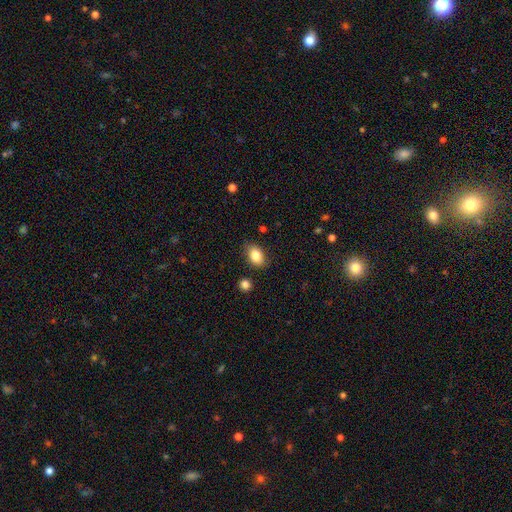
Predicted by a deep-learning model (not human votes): smooth 84%, star or artifact 8%, featured or disk 8%. Down the decision tree: how rounded — in between (83%); merging — none (82%).